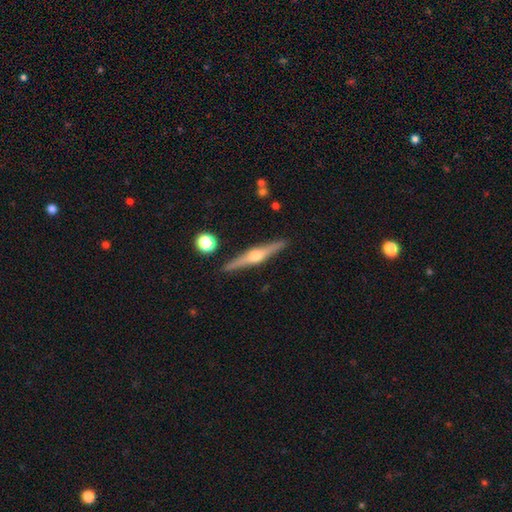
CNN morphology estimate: smooth_or_featured: featured or disk (p=0.79) [alt: smooth p=0.15]
disk_edge_on: yes (p=0.98) [alt: no p=0.02]
edge_on_bulge: rounded (p=0.94) [alt: boxy p=0.04]
merging: none (p=0.91) [alt: minor disturbance p=0.06]